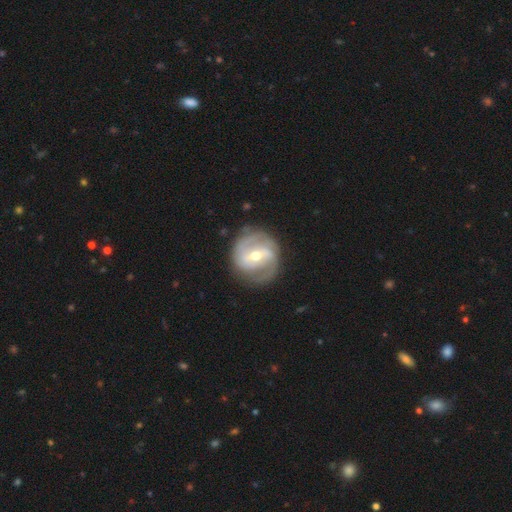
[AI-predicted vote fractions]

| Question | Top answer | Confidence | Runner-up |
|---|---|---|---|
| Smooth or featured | featured or disk | 81% | smooth (14%) |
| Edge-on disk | no | 97% | yes (3%) |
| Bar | weak | 45% | strong (35%) |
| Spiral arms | yes | 90% | no (10%) |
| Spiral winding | medium | 44% | tight (38%) |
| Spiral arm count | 2 | 71% | can't tell (12%) |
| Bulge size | moderate | 58% | small (38%) |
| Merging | none | 78% | minor disturbance (14%) |